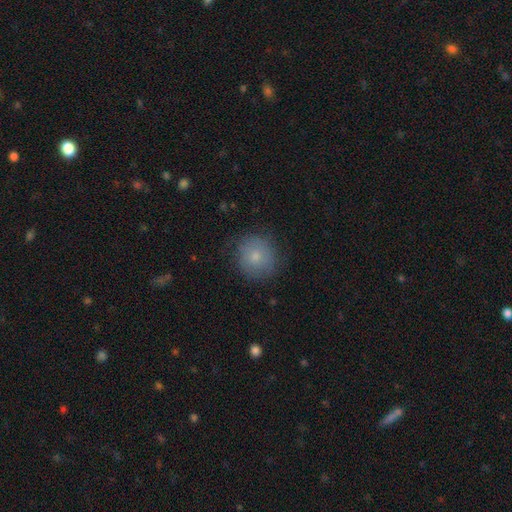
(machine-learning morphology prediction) This appears to be a smooth galaxy with no disk features (75%) that is round (89%). Merging: none (79%).